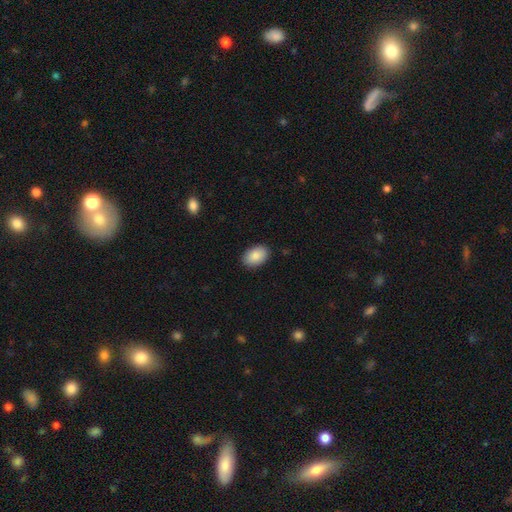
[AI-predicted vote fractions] A smooth galaxy with no disk features (89%) that is in between round and cigar-shaped (89%).

Vote fractions:
- Smooth or featured? smooth: 89% / star or artifact: 6% / featured or disk: 5%
- How rounded? in between: 89% / round: 10% / cigar-shaped: 1%
- Merging? none: 89% / minor disturbance: 8% / major disturbance: 2% / merger: 1%